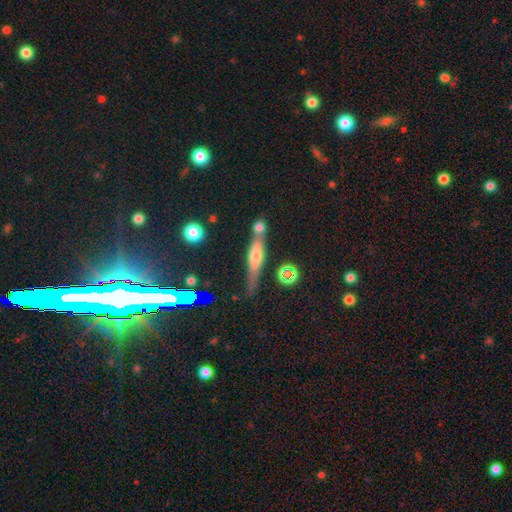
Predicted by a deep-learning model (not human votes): Smooth or featured: featured or disk — 48% (smooth — 38%)
Merging: none — 57% (merger — 23%)